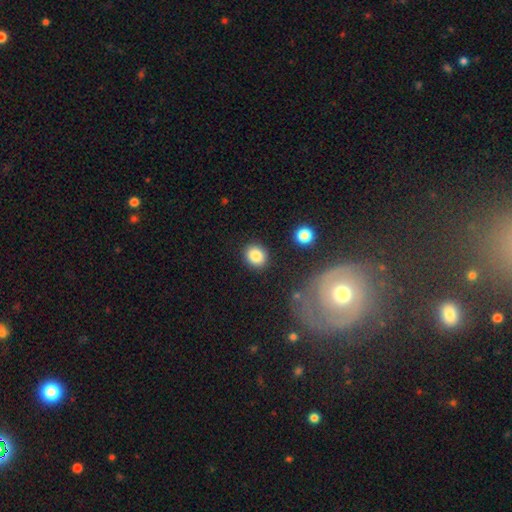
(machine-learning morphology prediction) The model was most divided on "how rounded": round: 71%, in between: 28%, cigar-shaped: 1%. More confident: merging — none (88%); smooth or featured — smooth (85%).